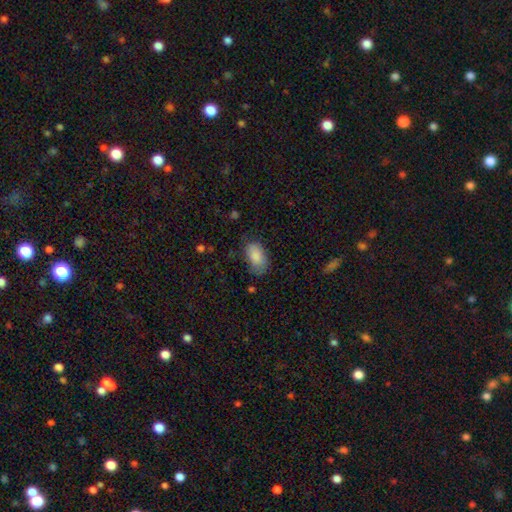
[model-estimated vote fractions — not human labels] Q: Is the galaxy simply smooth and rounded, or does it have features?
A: smooth — 86%.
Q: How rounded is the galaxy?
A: in between — 93%.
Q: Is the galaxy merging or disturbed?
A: none — 64%.